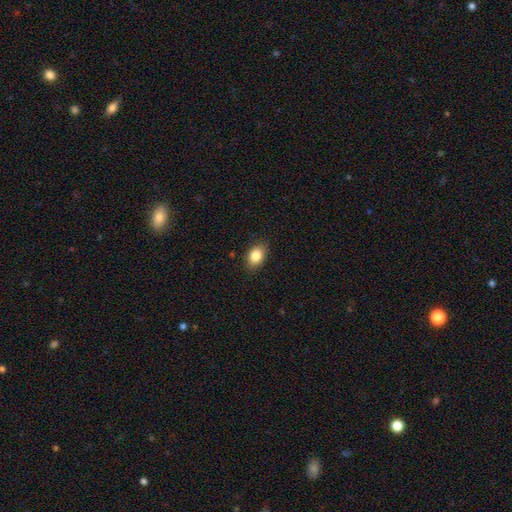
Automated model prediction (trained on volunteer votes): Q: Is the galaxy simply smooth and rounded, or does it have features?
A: smooth — 84%.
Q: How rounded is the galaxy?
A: in between — 79%.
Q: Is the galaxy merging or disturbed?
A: none — 86%.